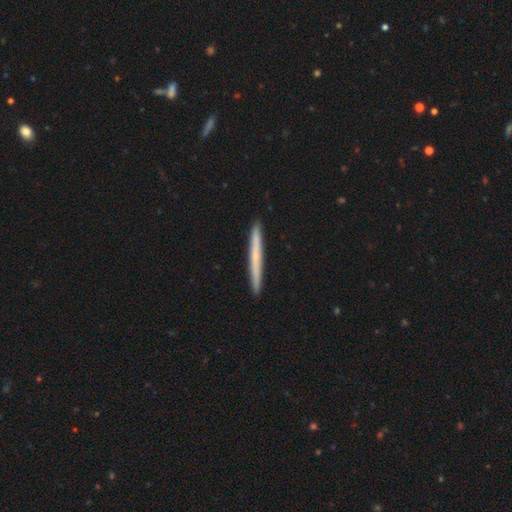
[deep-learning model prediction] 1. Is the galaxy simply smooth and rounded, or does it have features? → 56% smooth, 38% featured or disk, 6% star or artifact.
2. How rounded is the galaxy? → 97% cigar-shaped, 1% in between, 1% round.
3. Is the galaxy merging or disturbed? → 93% none, 5% minor disturbance, 1% major disturbance, 1% merger.